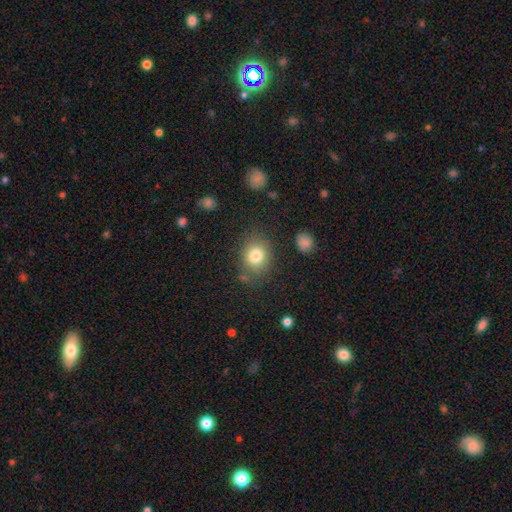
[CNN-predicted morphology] A smooth galaxy with no disk features (81%) that is round (61%). Merging: none (77%).